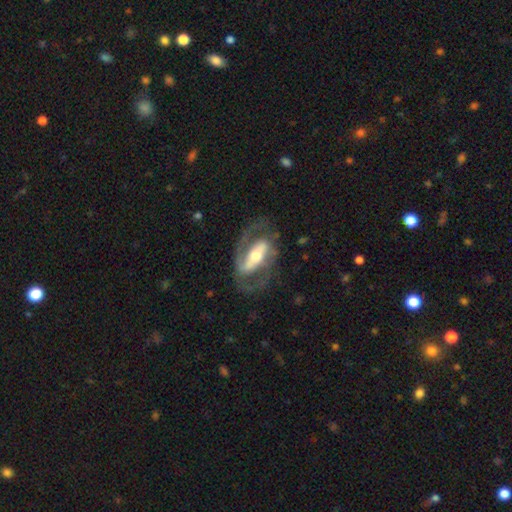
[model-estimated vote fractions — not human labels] Q: Smooth or featured?
A: featured or disk (85%); runner-up: smooth (11%)
Q: Edge-on disk?
A: no (93%); runner-up: yes (7%)
Q: Bar?
A: strong (65%); runner-up: weak (21%)
Q: Spiral arms?
A: yes (86%); runner-up: no (14%)
Q: Spiral winding?
A: medium (52%); runner-up: tight (27%)
Q: Spiral arm count?
A: 2 (88%); runner-up: can't tell (5%)
Q: Bulge size?
A: moderate (64%); runner-up: small (19%)
Q: Merging?
A: none (71%); runner-up: minor disturbance (15%)